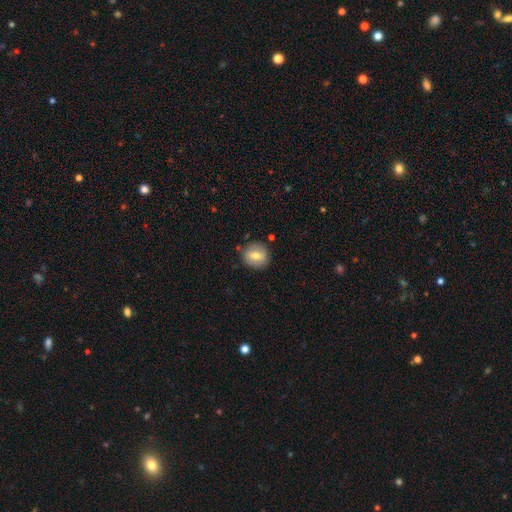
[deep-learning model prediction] smooth_or_featured: smooth (p=0.67) [alt: featured or disk p=0.25]
how_rounded: round (p=0.85) [alt: in between p=0.13]
merging: none (p=0.85) [alt: minor disturbance p=0.10]